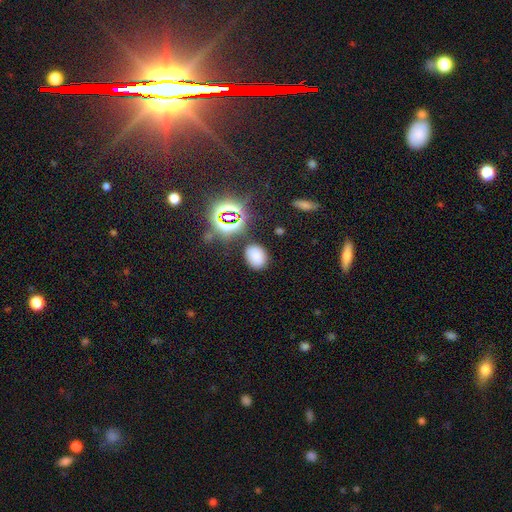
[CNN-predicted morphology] Smooth or featured: smooth — 74% (star or artifact — 20%)
How rounded: in between — 71% (round — 28%)
Merging: none — 81% (minor disturbance — 12%)